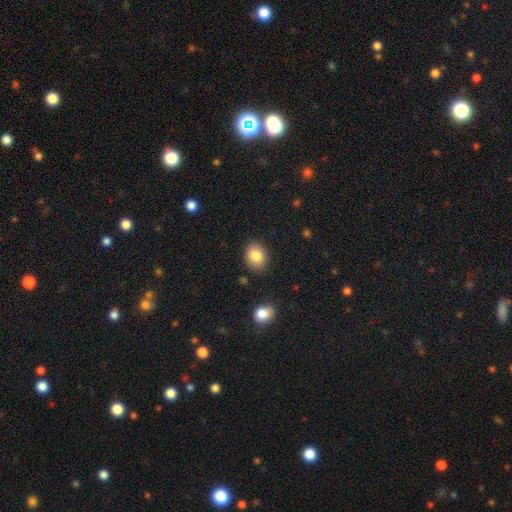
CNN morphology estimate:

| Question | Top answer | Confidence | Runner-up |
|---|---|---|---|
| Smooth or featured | smooth | 84% | star or artifact (8%) |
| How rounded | in between | 59% | round (41%) |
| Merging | none | 86% | minor disturbance (10%) |